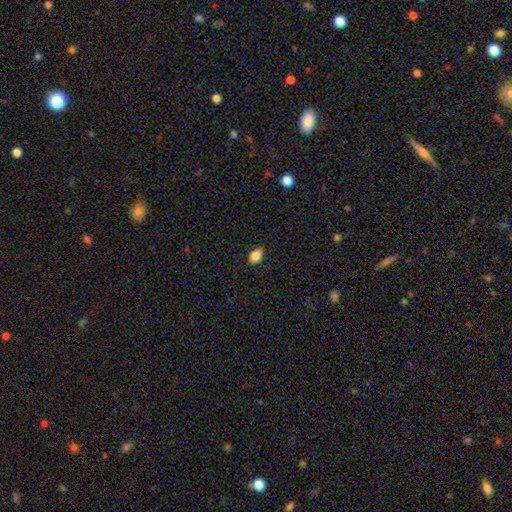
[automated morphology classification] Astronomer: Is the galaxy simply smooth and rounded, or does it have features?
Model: smooth — 87%.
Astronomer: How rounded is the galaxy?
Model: in between — 85%.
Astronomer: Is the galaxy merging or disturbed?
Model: none — 88%.